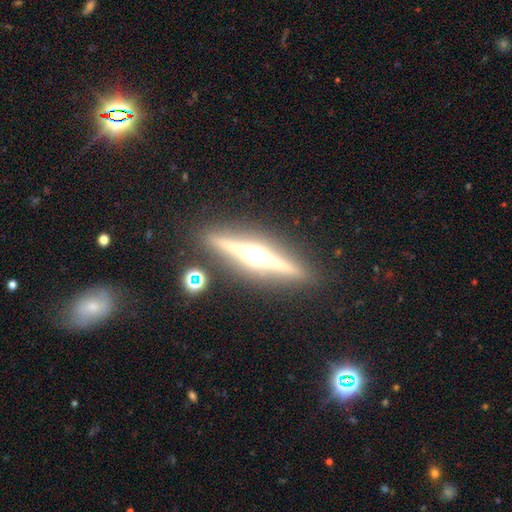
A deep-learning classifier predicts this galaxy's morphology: smooth-or-featured: featured or disk: 83% | smooth: 9% | star or artifact: 8%
  disk-edge-on: yes: 97% | no: 3%
    edge-on-bulge: rounded: 93% | boxy: 6% | none: 2%
  merging: none: 88% | minor disturbance: 7% | merger: 2% | major disturbance: 2%